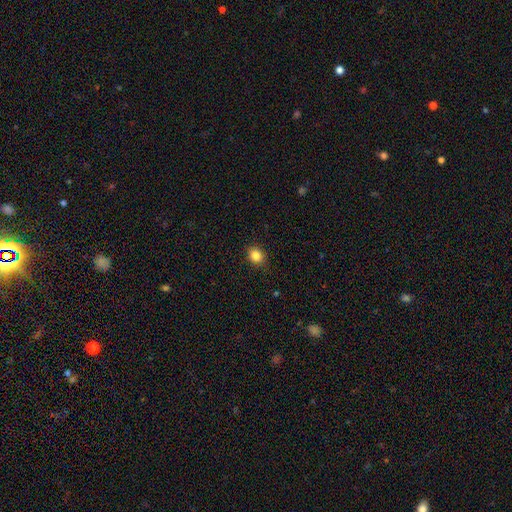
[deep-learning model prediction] A smooth galaxy with no disk features (84%) that is round (64%). Merging: none (89%).